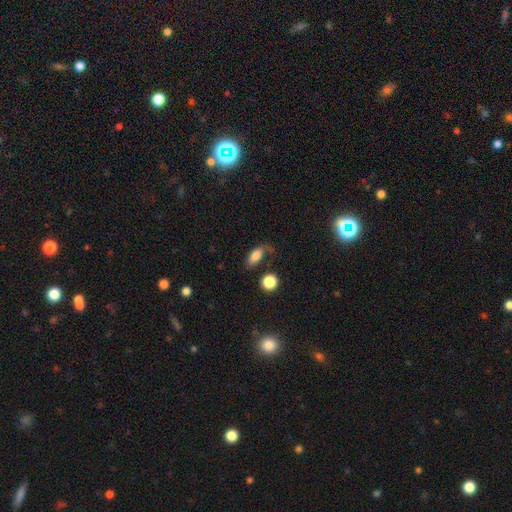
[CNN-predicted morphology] The model was most divided on "merging": none: 50%, minor disturbance: 25%, major disturbance: 18%, merger: 7%. More confident: how rounded — in between (83%); smooth or featured — smooth (76%).